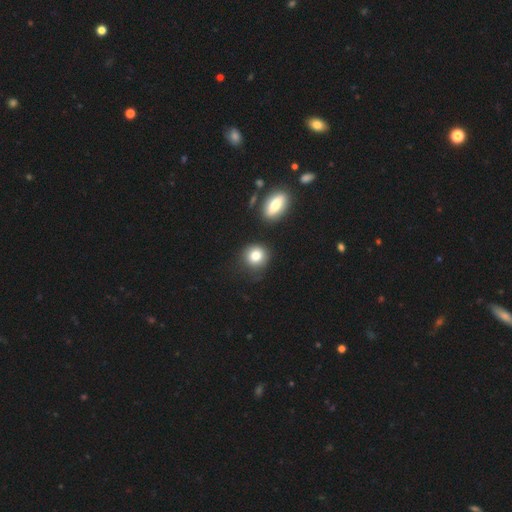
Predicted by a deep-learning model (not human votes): Morphology: type=smooth (82%); roundness=round (84%); merging=none (77%).